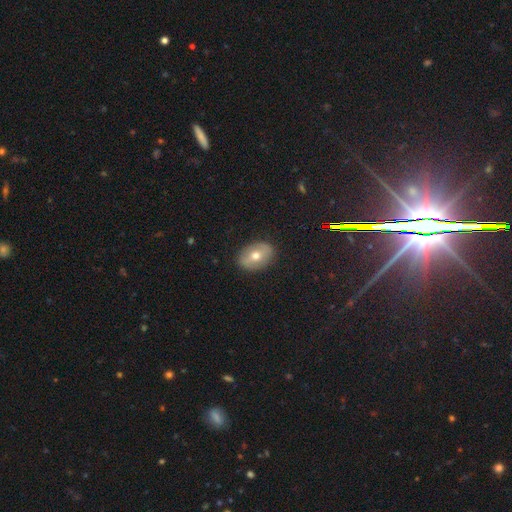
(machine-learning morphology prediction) smooth-or-featured: smooth: 50% | featured or disk: 42% | star or artifact: 8%
  how-rounded: in between: 76% | round: 22% | cigar-shaped: 2%
  merging: none: 87% | minor disturbance: 10% | major disturbance: 3% | merger: 1%